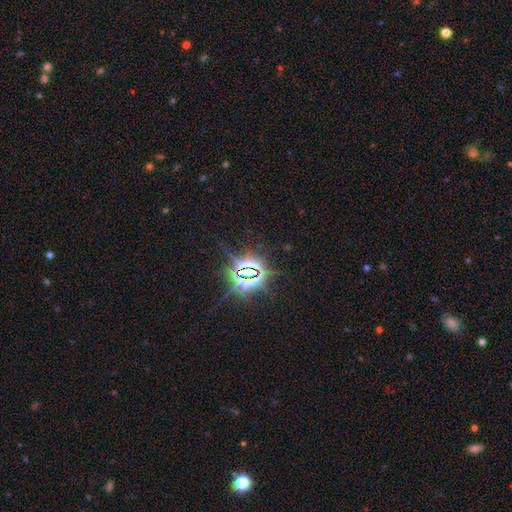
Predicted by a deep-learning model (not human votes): Smooth or featured? star or artifact (84%)